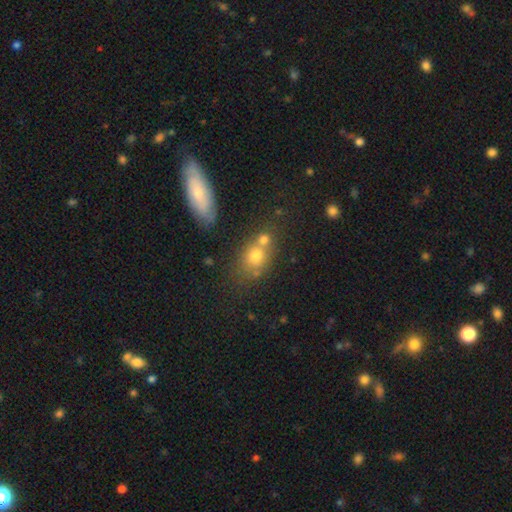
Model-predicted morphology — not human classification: smooth-or-featured: smooth: 70% | featured or disk: 16% | star or artifact: 15%
  how-rounded: in between: 50% | round: 47% | cigar-shaped: 3%
  merging: none: 47% | merger: 35% | minor disturbance: 12% | major disturbance: 5%